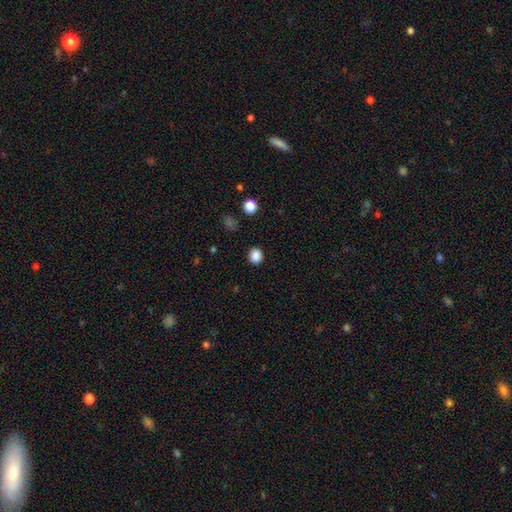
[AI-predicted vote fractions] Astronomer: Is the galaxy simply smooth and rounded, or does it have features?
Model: smooth — 87%.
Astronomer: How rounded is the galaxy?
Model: round — 80%.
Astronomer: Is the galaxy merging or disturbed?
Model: none — 91%.